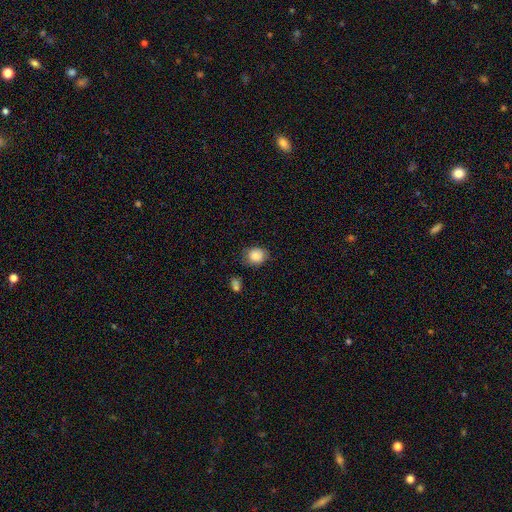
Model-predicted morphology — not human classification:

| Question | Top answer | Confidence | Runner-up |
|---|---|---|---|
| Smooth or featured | smooth | 84% | star or artifact (9%) |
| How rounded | round | 67% | in between (32%) |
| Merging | none | 71% | minor disturbance (21%) |